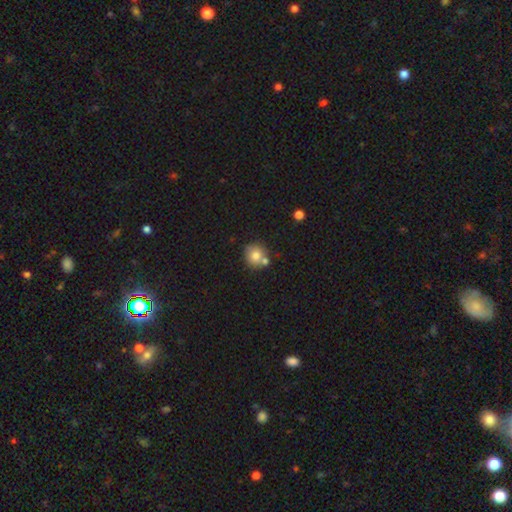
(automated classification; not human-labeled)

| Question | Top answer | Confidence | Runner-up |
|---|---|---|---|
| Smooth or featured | smooth | 76% | featured or disk (13%) |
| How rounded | round | 87% | in between (12%) |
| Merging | none | 61% | merger (24%) |